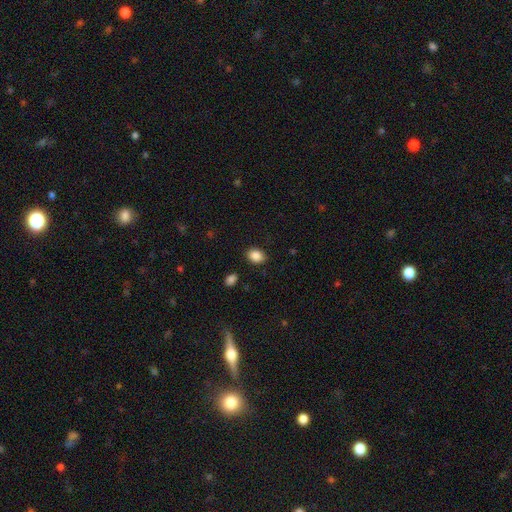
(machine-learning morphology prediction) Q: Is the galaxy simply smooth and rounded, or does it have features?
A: smooth — 88%.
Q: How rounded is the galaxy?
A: in between — 61%.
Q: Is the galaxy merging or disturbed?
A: none — 87%.